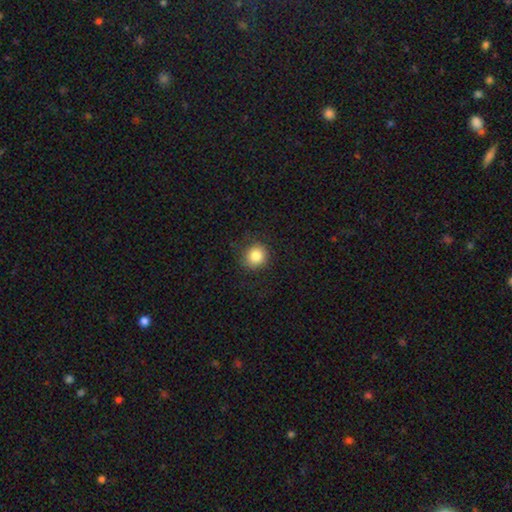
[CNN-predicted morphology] Smooth or featured? smooth (84%)
How rounded? round (91%)
Merging? none (83%)